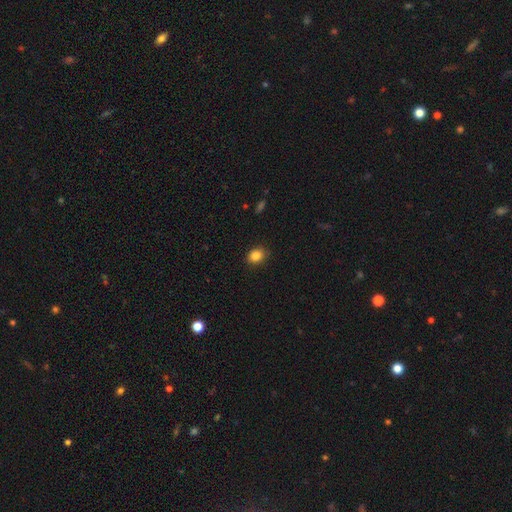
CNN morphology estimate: Smooth or featured? Predicted: smooth (p=0.85). How rounded? Predicted: in between (p=0.52). Merging? Predicted: none (p=0.87).